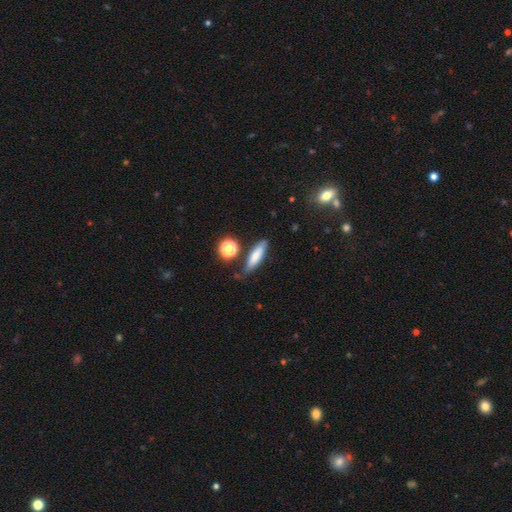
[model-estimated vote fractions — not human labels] The model was most divided on "how rounded": cigar-shaped: 66%, in between: 30%, round: 4%. More confident: smooth or featured — smooth (72%); merging — none (71%).